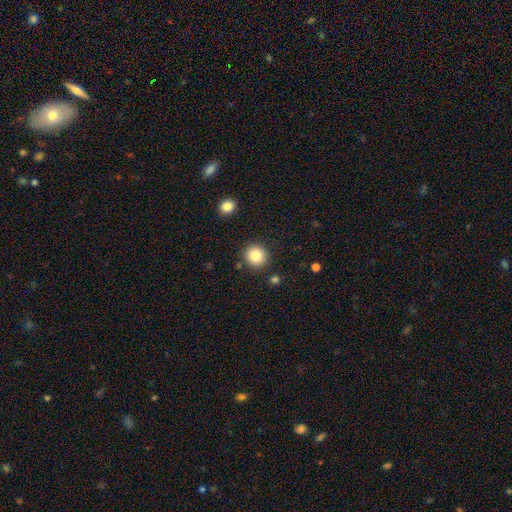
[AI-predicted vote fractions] Morphology: type=smooth (84%); roundness=round (92%); merging=none (89%).